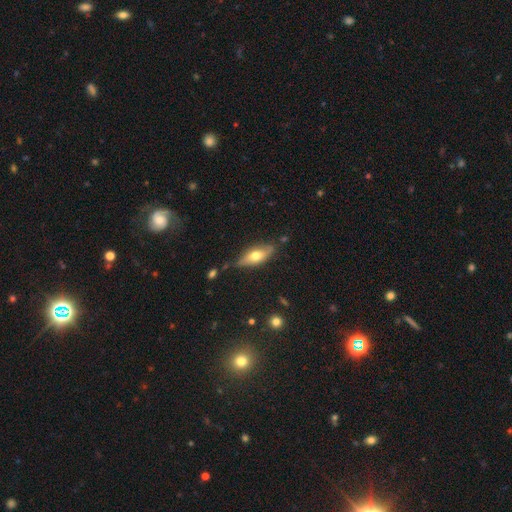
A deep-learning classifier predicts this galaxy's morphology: type=smooth (53%); roundness=in between (68%); merging=none (73%).